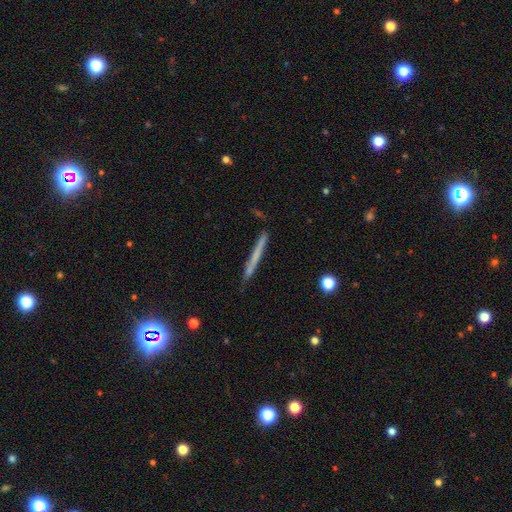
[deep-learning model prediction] A smooth galaxy with no disk features (52%) that is cigar-shaped (97%).

Vote fractions:
- Smooth or featured? smooth: 52% / featured or disk: 41% / star or artifact: 7%
- How rounded? cigar-shaped: 97% / in between: 2% / round: 2%
- Merging? none: 86% / minor disturbance: 11% / major disturbance: 2% / merger: 2%